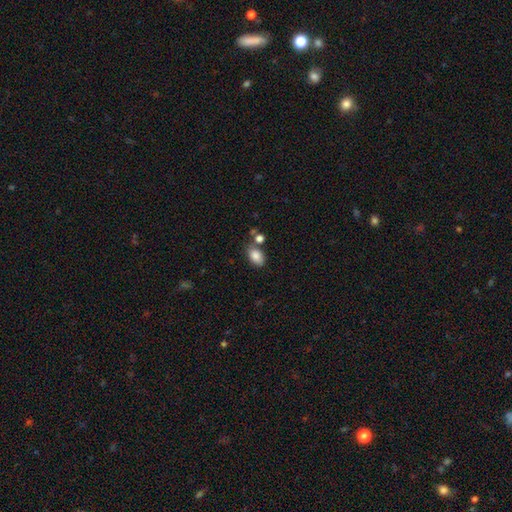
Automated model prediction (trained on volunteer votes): Smooth or featured? Predicted: smooth (p=0.85). How rounded? Predicted: in between (p=0.86). Merging? Predicted: none (p=0.64).